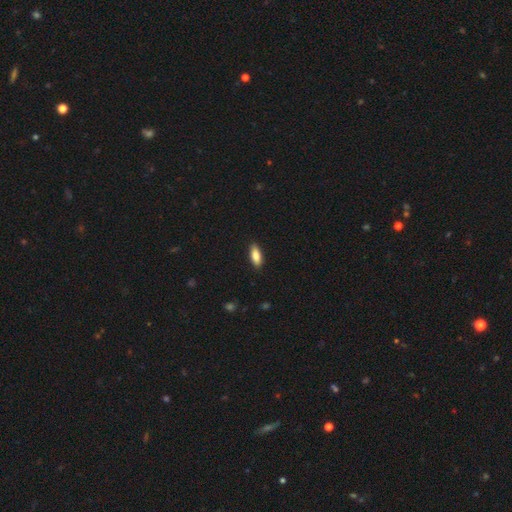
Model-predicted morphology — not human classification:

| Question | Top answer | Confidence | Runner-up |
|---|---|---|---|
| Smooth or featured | smooth | 83% | featured or disk (11%) |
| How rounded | in between | 75% | cigar-shaped (23%) |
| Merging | none | 89% | minor disturbance (8%) |